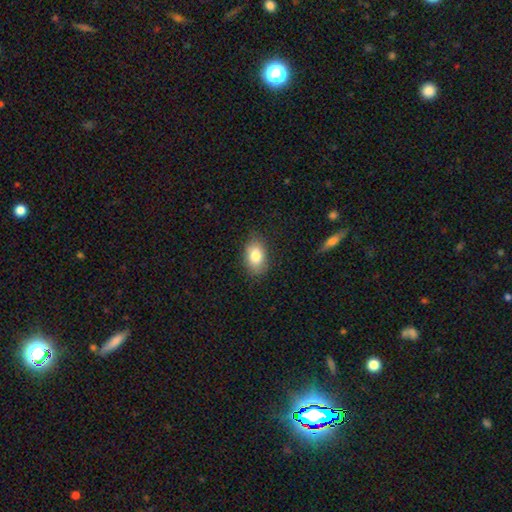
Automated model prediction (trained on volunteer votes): smooth 82%, featured or disk 11%, star or artifact 8%. Down the decision tree: how rounded — in between (88%); merging — none (83%).